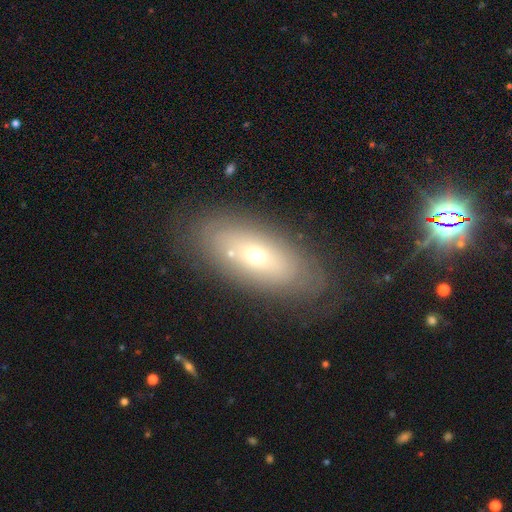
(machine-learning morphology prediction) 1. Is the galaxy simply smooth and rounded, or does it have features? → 46% featured or disk, 43% smooth, 11% star or artifact.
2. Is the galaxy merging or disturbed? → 78% none, 14% minor disturbance, 6% major disturbance, 3% merger.